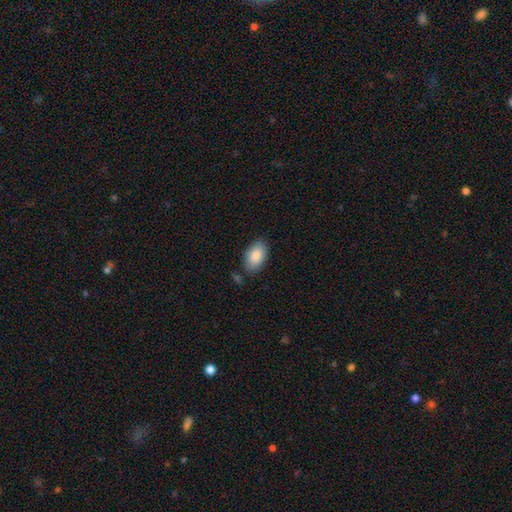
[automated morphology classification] smooth-or-featured: smooth: 86% | featured or disk: 8% | star or artifact: 6%
  how-rounded: in between: 93% | round: 6% | cigar-shaped: 1%
  merging: none: 80% | minor disturbance: 14% | merger: 3% | major disturbance: 3%